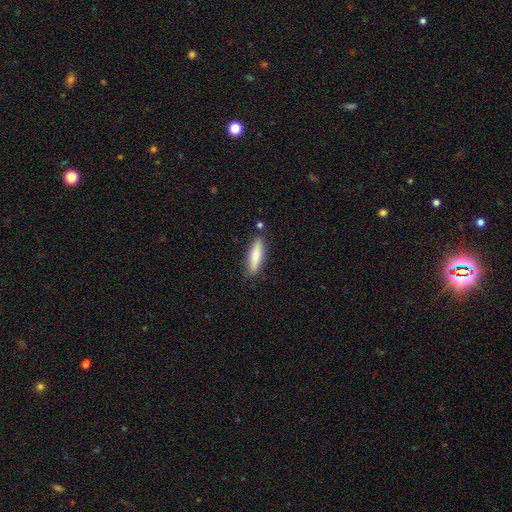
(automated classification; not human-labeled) Smooth or featured: smooth — 76% (featured or disk — 18%)
How rounded: cigar-shaped — 70% (in between — 29%)
Merging: none — 82% (minor disturbance — 12%)